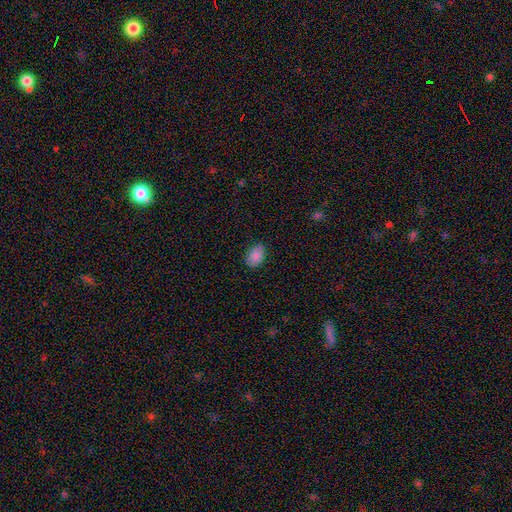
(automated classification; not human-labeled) Smooth or featured? Predicted: smooth (p=0.88). How rounded? Predicted: in between (p=0.87). Merging? Predicted: none (p=0.83).